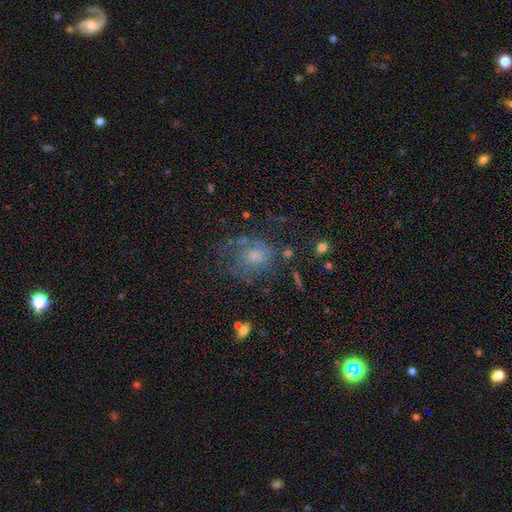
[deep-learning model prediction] smooth-or-featured: smooth: 48% | featured or disk: 36% | star or artifact: 17%
  merging: none: 53% | minor disturbance: 23% | major disturbance: 20% | merger: 4%